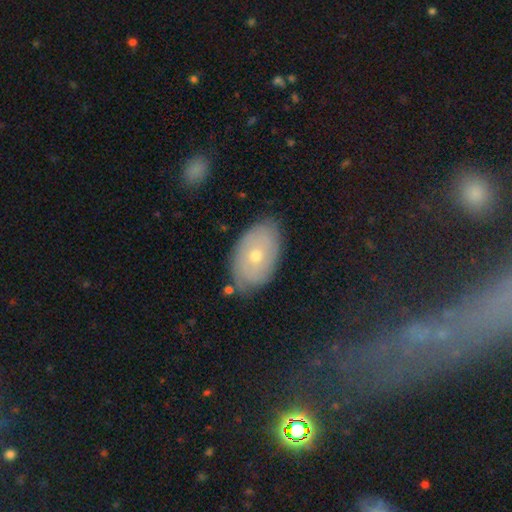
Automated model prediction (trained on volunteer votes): smooth-or-featured: featured or disk: 48% | smooth: 44% | star or artifact: 8%
  merging: none: 76% | minor disturbance: 18% | major disturbance: 4% | merger: 2%